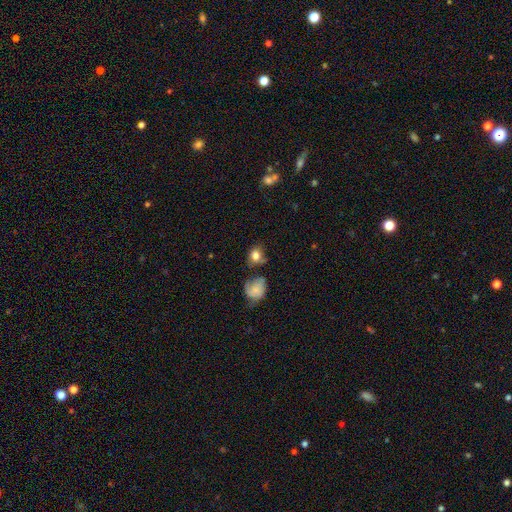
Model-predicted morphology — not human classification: A smooth galaxy with no disk features (75%) that is round (59%). Merging: none (52%).